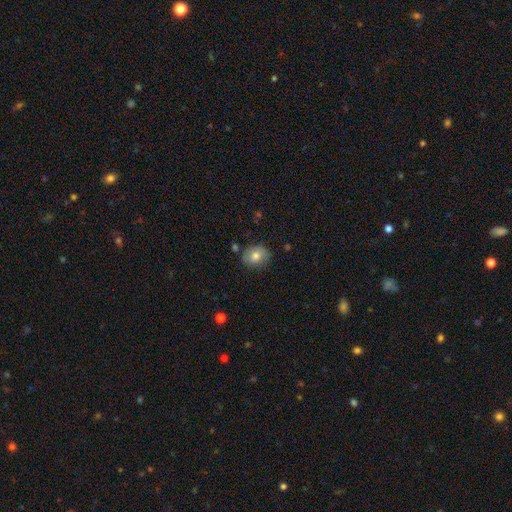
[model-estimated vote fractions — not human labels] A smooth galaxy with no disk features (75%) that is round (55%). Merging: none (76%).